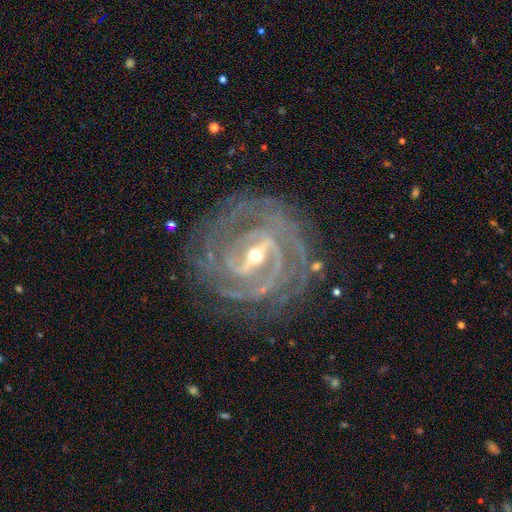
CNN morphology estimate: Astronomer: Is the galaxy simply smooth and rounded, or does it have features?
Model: featured or disk — 93%.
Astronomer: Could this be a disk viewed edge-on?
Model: no — 96%.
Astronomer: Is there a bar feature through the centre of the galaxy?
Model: strong — 69%.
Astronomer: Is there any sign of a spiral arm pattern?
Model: yes — 98%.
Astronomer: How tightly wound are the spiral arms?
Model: tight — 73%.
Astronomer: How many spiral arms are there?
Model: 2 — 25% (runner-up: 3, 23%).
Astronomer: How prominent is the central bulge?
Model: small — 51% (runner-up: moderate, 46%).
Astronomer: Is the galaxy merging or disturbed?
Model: none — 78%.